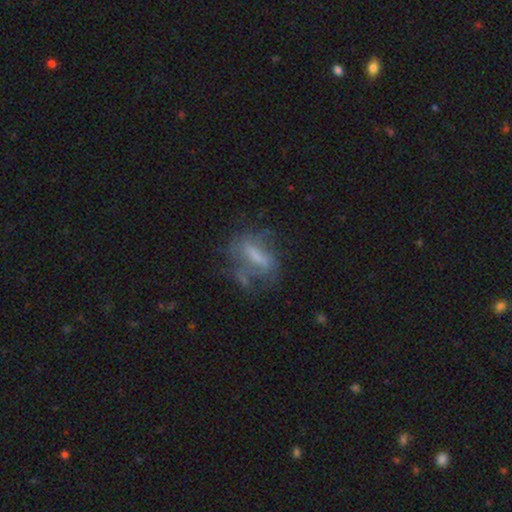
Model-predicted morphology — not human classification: Smooth or featured: featured or disk — 51% (smooth — 36%)
Edge-on disk: no — 84% (yes — 16%)
Merging: none — 46% (major disturbance — 24%)